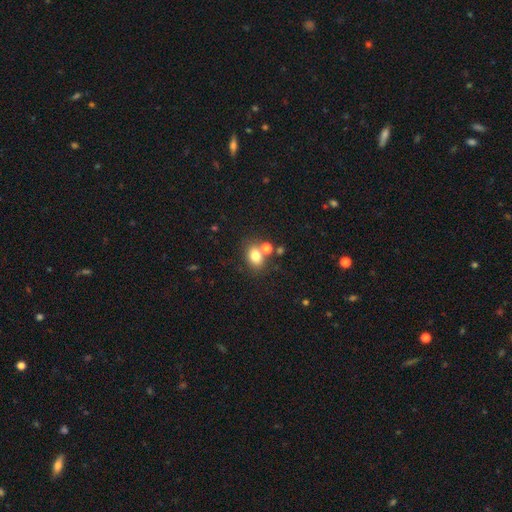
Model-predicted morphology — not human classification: Smooth or featured?
  - smooth: 77% *
  - star or artifact: 13%
  - featured or disk: 10%
How rounded?
  - in between: 56% *
  - round: 43%
  - cigar-shaped: 1%
Merging?
  - none: 61% *
  - merger: 23%
  - minor disturbance: 12%
  - major disturbance: 4%